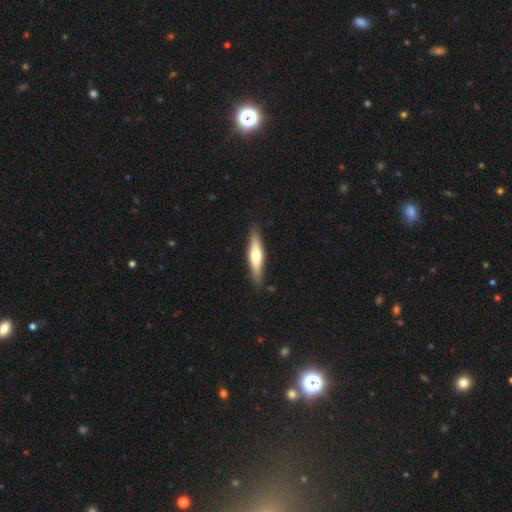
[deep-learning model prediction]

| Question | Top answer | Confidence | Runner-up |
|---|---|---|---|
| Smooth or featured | smooth | 51% | featured or disk (44%) |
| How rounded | cigar-shaped | 81% | in between (18%) |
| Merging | none | 87% | minor disturbance (10%) |